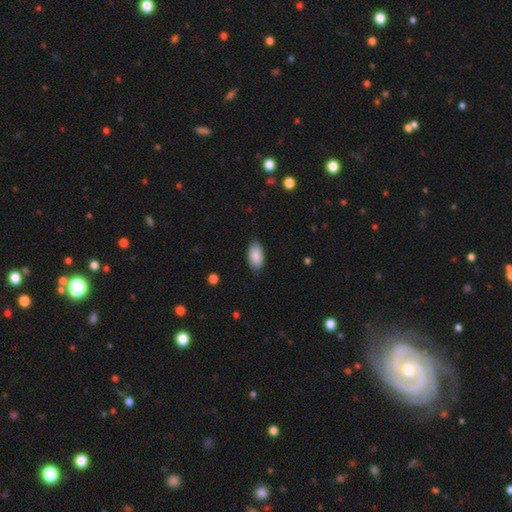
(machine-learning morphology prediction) This appears to be a smooth galaxy with no disk features (89%) that is in between round and cigar-shaped (95%). Merging: none (83%).